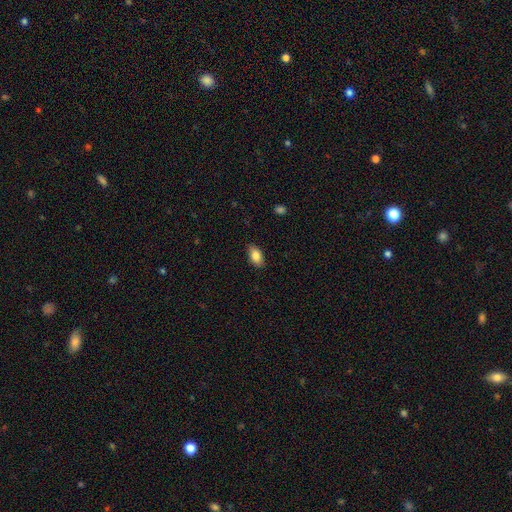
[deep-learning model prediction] Smooth or featured?
  - smooth: 85% *
  - featured or disk: 8%
  - star or artifact: 7%
How rounded?
  - in between: 91% *
  - round: 6%
  - cigar-shaped: 3%
Merging?
  - none: 86% *
  - minor disturbance: 11%
  - major disturbance: 2%
  - merger: 1%